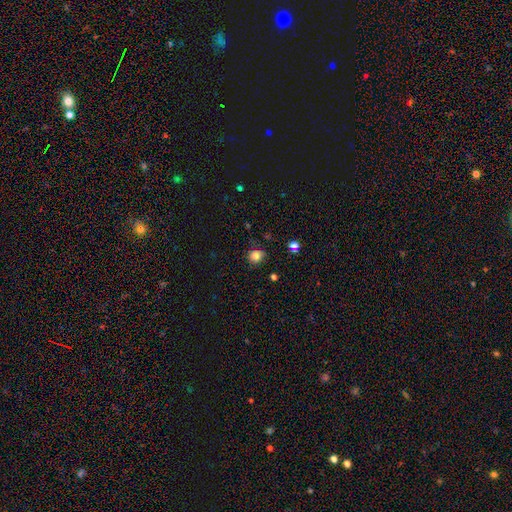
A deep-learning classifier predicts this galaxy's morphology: smooth_or_featured: smooth (p=0.78) [alt: star or artifact p=0.14]
how_rounded: round (p=0.78) [alt: in between p=0.21]
merging: none (p=0.77) [alt: minor disturbance p=0.17]